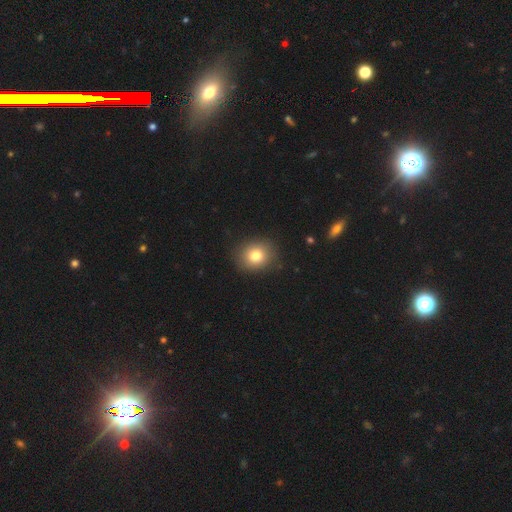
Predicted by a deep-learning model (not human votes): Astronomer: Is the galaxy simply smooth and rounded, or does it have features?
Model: smooth — 80%.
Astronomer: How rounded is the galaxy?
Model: round — 69%.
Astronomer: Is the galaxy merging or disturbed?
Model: none — 88%.